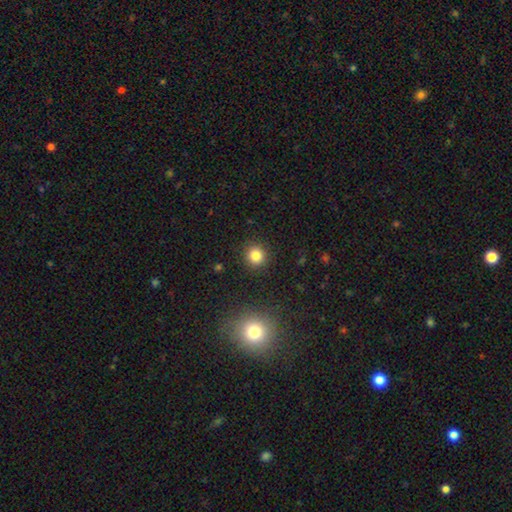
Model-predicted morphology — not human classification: Smooth or featured? smooth (83%)
How rounded? round (92%)
Merging? none (91%)